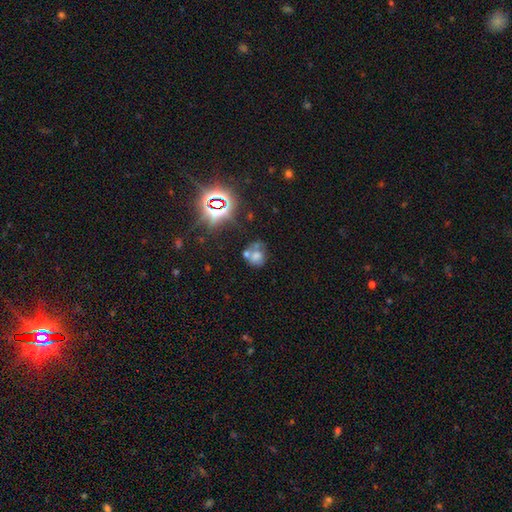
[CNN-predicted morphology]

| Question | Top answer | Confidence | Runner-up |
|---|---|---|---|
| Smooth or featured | smooth | 53% | featured or disk (27%) |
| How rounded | round | 62% | in between (37%) |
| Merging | merger | 39% | none (32%) |